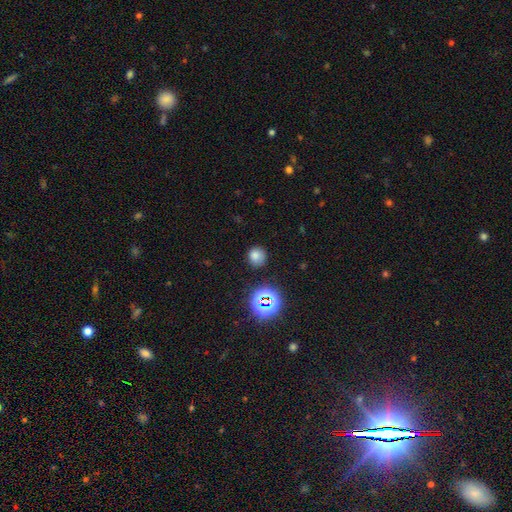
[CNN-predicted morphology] Smooth or featured: smooth — 73% (star or artifact — 20%)
How rounded: round — 85% (in between — 14%)
Merging: none — 82% (minor disturbance — 12%)